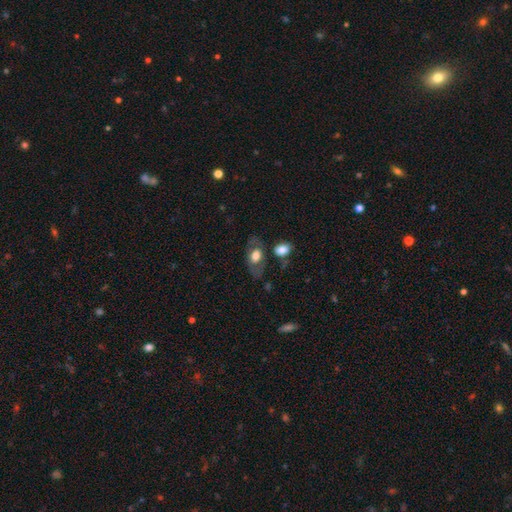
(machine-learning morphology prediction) smooth 58%, featured or disk 35%, star or artifact 7%. Down the decision tree: how rounded — in between (87%); merging — none (65%).